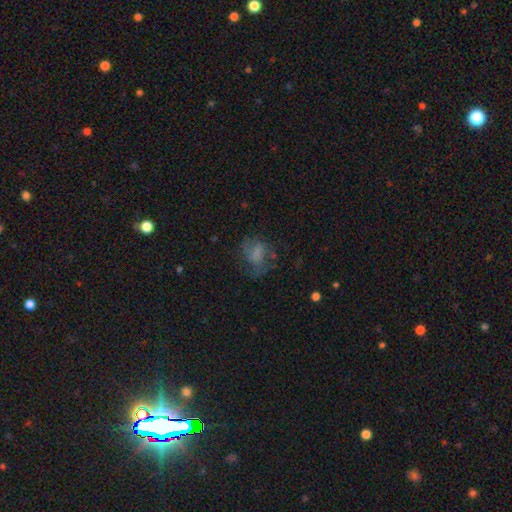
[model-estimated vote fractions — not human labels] The model was most divided on "merging": none: 46%, major disturbance: 29%, minor disturbance: 23%, merger: 2%. More confident: how rounded — in between (61%); smooth or featured — smooth (51%).